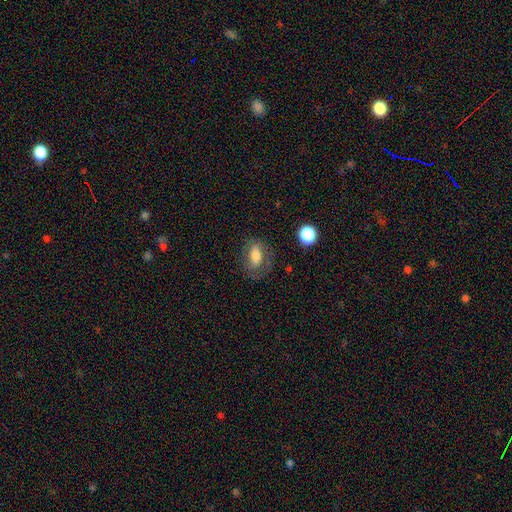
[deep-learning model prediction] This is likely a smooth galaxy (61%). How rounded: clearly in between (81%). Merging: likely none (65%).